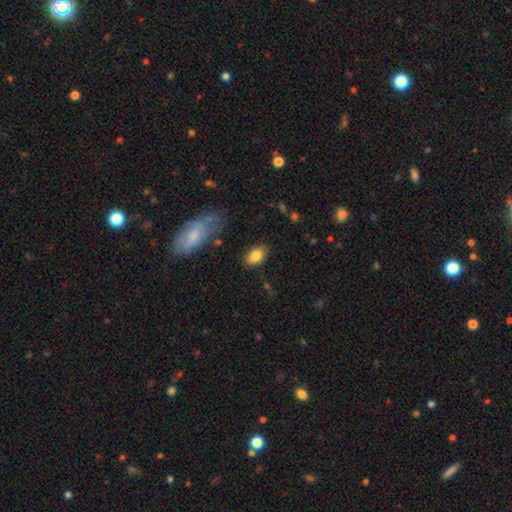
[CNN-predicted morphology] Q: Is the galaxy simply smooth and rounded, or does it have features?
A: smooth — 84%.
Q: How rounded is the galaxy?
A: in between — 88%.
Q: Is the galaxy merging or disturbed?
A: none — 83%.